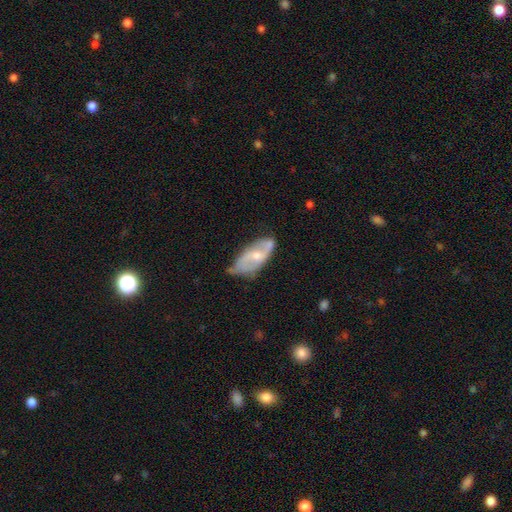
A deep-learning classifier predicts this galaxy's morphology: featured or disk 62%, smooth 32%, star or artifact 6%. Down the decision tree: edge-on disk — no (89%); bar — no (50%); spiral arms — yes (74%); bulge size — moderate (49%); merging — none (54%).